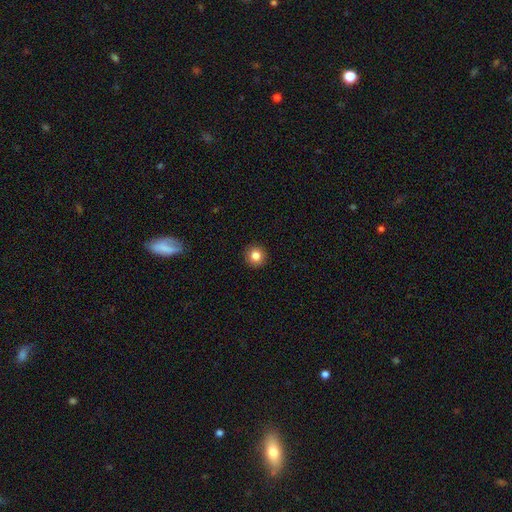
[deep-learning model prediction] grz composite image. It shows a smooth galaxy with no disk features (83%) that is round (95%). Merging: none (93%).